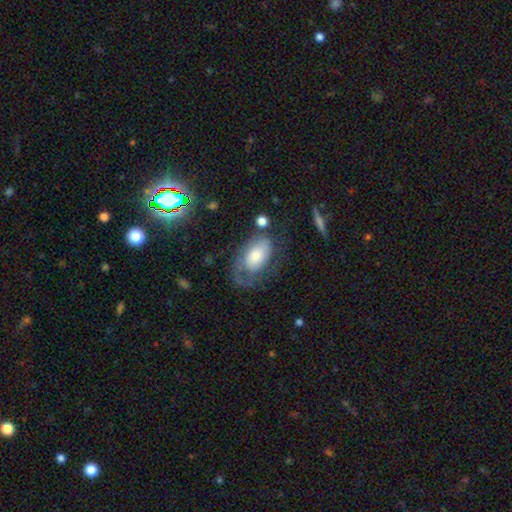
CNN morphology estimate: Overall: featured or disk (50%; smooth 41%). Edge-on disk: no (93%). Merging: none (43%; major disturbance 32%).